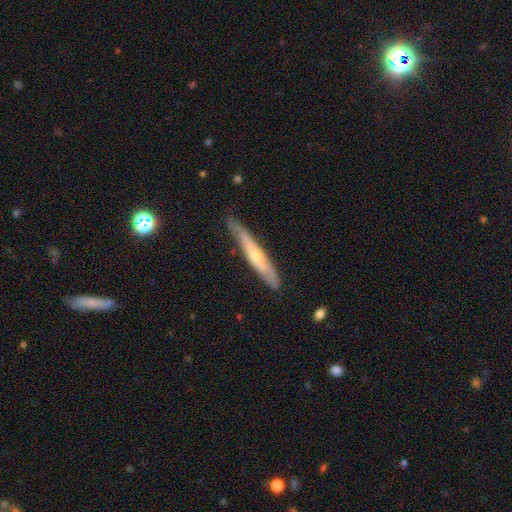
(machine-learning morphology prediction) Smooth or featured: featured or disk — 53% (smooth — 42%)
Edge-on disk: yes — 86% (no — 14%)
Merging: none — 79% (minor disturbance — 16%)